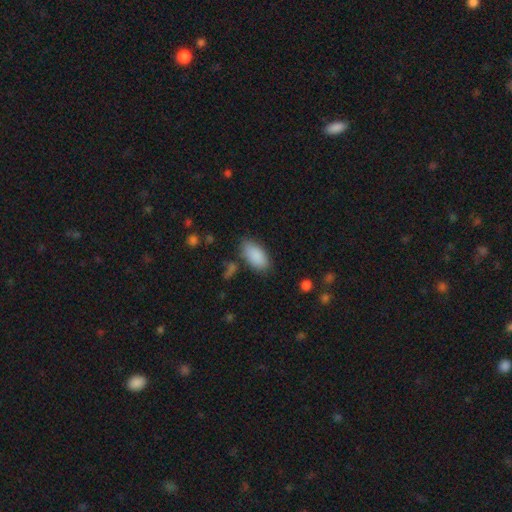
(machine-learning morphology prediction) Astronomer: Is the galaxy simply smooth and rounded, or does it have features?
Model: smooth — 88%.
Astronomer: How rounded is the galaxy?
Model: in between — 92%.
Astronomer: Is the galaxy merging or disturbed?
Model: none — 78%.